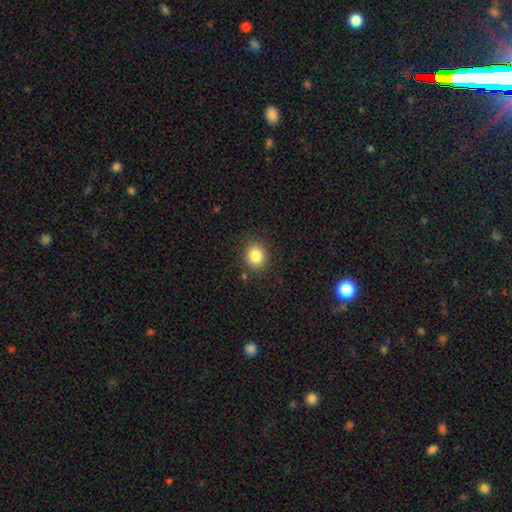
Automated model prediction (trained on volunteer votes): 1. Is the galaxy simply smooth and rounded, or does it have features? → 84% smooth, 11% star or artifact, 6% featured or disk.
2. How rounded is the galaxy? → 74% round, 25% in between, 1% cigar-shaped.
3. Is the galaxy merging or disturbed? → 87% none, 9% minor disturbance, 3% major disturbance, 2% merger.